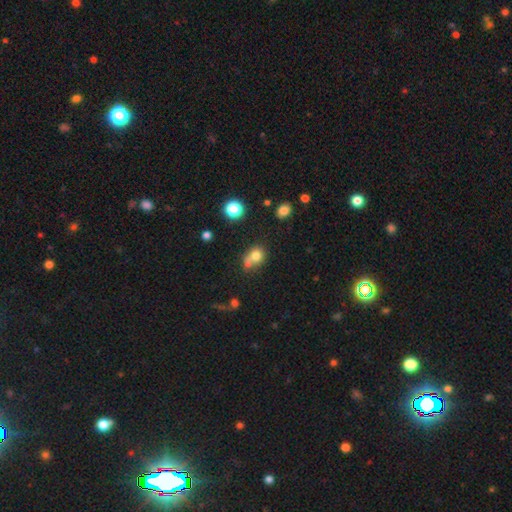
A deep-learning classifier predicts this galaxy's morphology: type=smooth (74%); roundness=round (63%); merging=none (37%).